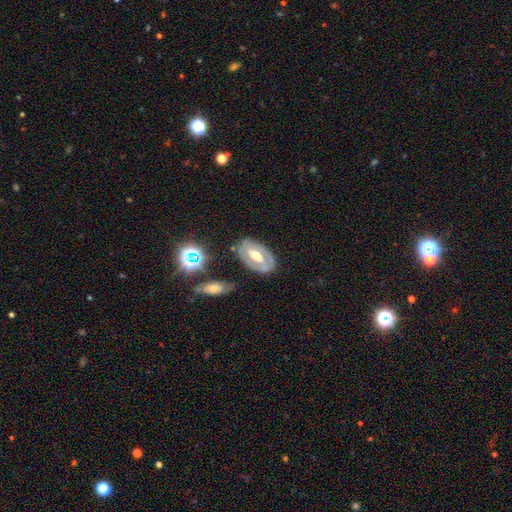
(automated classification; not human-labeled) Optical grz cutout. It shows a featured or disk galaxy (72%) with a weak bar (37%), spiral arms (57%) and a moderate central bulge (72%). Merging: none (75%).